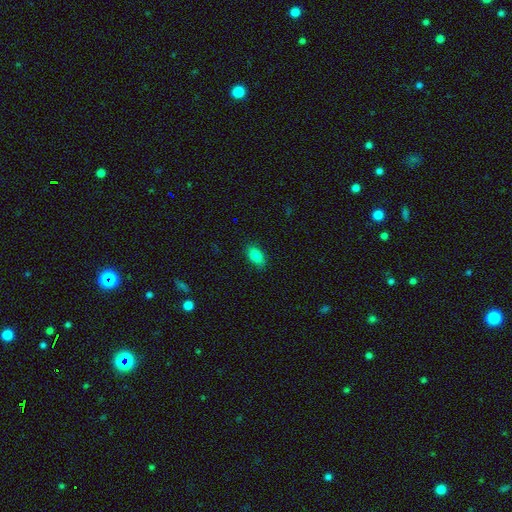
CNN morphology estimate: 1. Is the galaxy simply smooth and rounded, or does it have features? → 84% smooth, 9% star or artifact, 7% featured or disk.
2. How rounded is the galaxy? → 89% in between, 8% round, 4% cigar-shaped.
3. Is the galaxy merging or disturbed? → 87% none, 10% minor disturbance, 2% major disturbance, 1% merger.